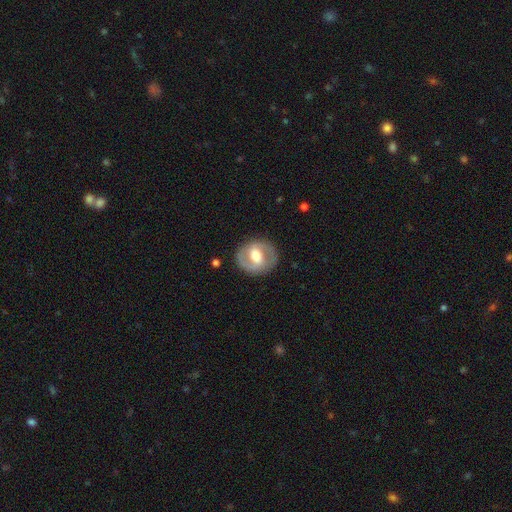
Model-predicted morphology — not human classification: featured or disk 72%, smooth 23%, star or artifact 5%. Down the decision tree: edge-on disk — no (96%); bar — weak (43%); spiral arms — yes (69%); bulge size — moderate (65%); merging — none (86%).